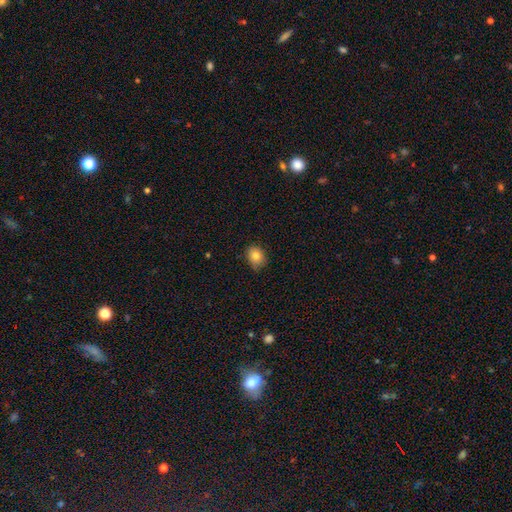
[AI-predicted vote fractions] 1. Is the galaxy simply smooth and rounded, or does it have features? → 82% smooth, 10% star or artifact, 9% featured or disk.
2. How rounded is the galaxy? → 54% round, 45% in between, 1% cigar-shaped.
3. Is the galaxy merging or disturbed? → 75% none, 21% minor disturbance, 3% major disturbance, 1% merger.